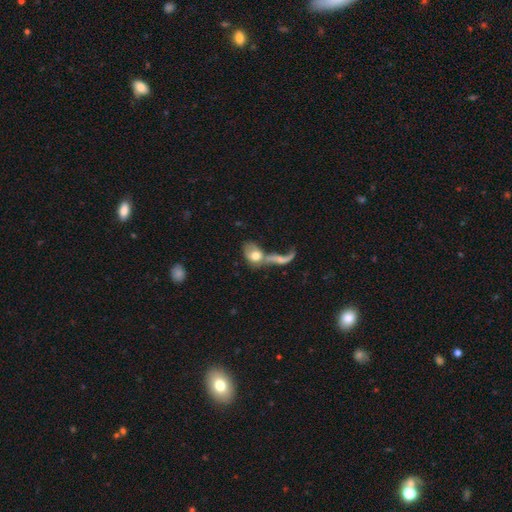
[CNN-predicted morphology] The model was most divided on "smooth or featured": smooth: 57%, featured or disk: 35%, star or artifact: 8%. More confident: how rounded — in between (69%); merging — merger (66%).